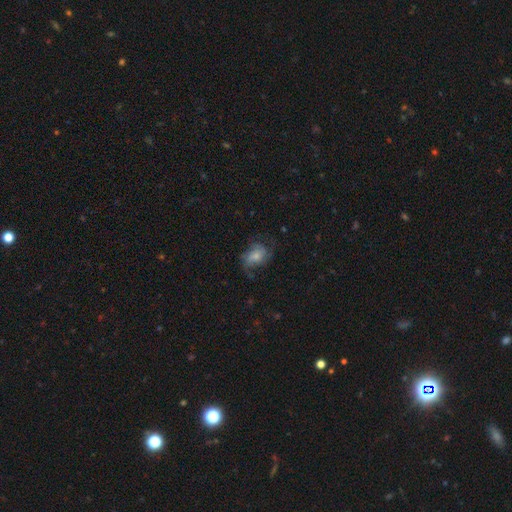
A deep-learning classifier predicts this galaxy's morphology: Smooth or featured? Predicted: featured or disk (p=0.49). Merging? Predicted: none (p=0.51).